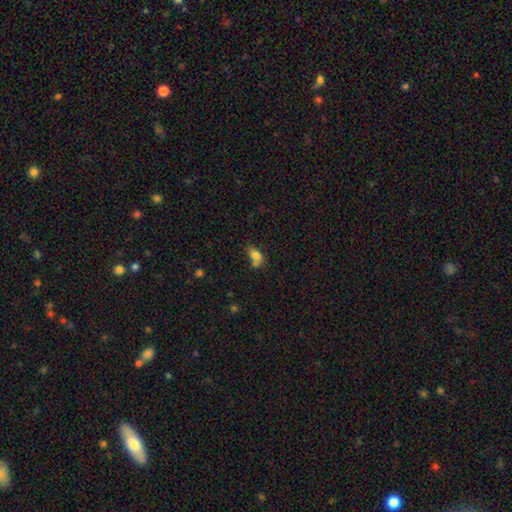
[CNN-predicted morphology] smooth 77%, featured or disk 13%, star or artifact 11%. Down the decision tree: how rounded — in between (82%); merging — none (36%).